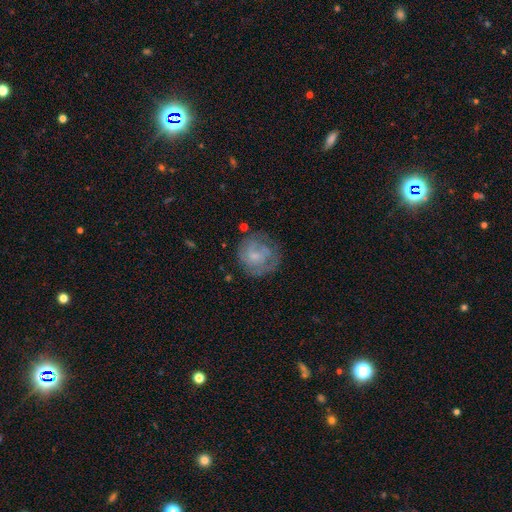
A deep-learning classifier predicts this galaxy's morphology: A smooth galaxy with no disk features (46%). Merging: none (59%).